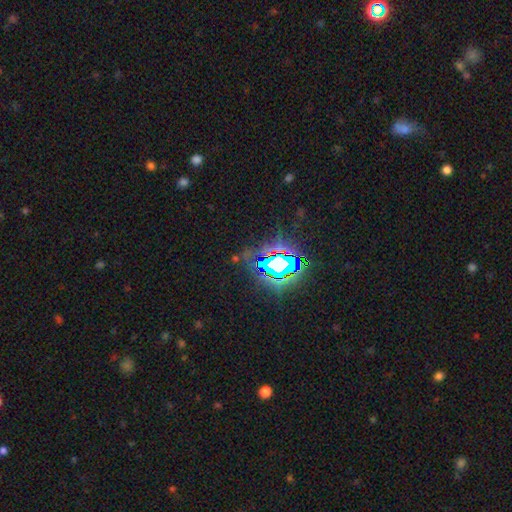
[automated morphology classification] smooth_or_featured: star or artifact (p=0.83) [alt: smooth p=0.10]